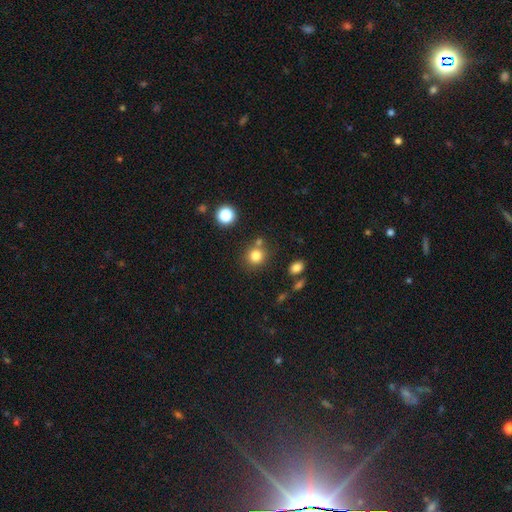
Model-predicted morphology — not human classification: Smooth or featured? Predicted: smooth (p=0.81). How rounded? Predicted: round (p=0.86). Merging? Predicted: none (p=0.72).